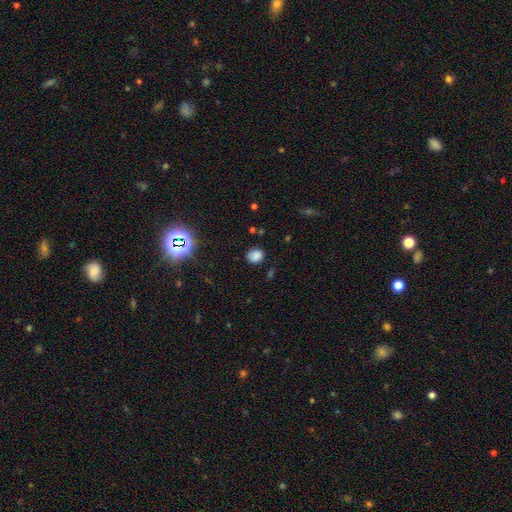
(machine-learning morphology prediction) smooth-or-featured: smooth: 78% | star or artifact: 17% | featured or disk: 6%
  how-rounded: round: 72% | in between: 27% | cigar-shaped: 1%
  merging: none: 81% | minor disturbance: 13% | major disturbance: 4% | merger: 2%